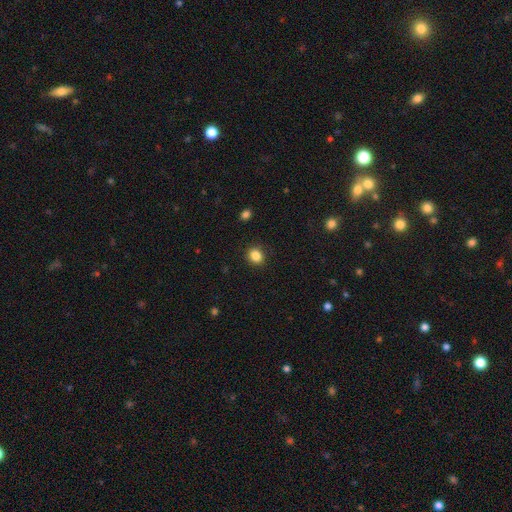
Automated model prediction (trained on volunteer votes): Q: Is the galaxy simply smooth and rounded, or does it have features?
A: smooth — 85%.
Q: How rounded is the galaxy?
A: round — 64%.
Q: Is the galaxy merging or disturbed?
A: none — 89%.